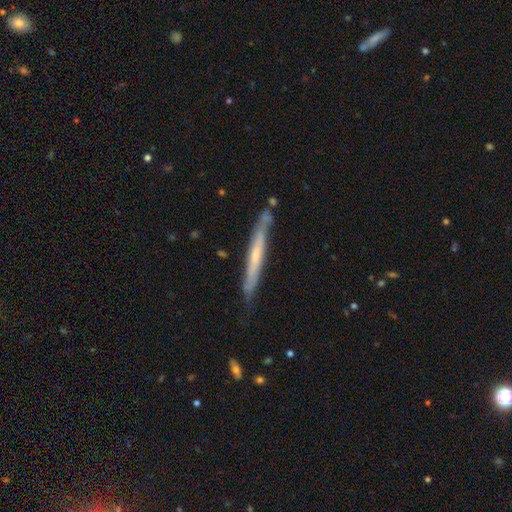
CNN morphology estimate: This appears to be a featured or disk galaxy (56%) viewed edge-on (90%) with no central bulge (68%). Merging: none (76%).